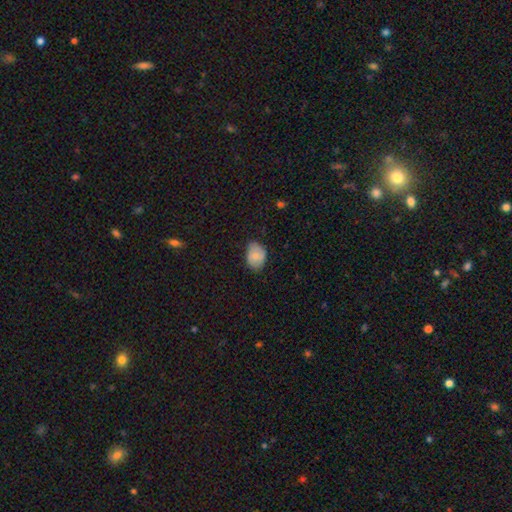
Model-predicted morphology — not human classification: smooth 75%, featured or disk 17%, star or artifact 8%. Down the decision tree: how rounded — in between (74%); merging — none (63%).